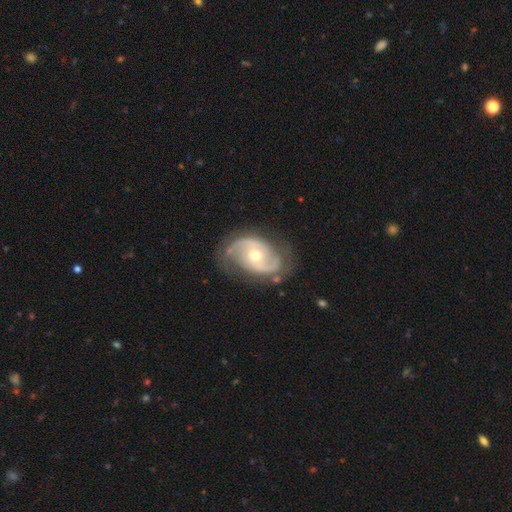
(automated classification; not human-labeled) This appears to be a featured or disk galaxy (87%) with no bar (65%), 2 (87%) medium (48%) spiral arms (95%) and a moderate central bulge (64%). Merging: none (75%).